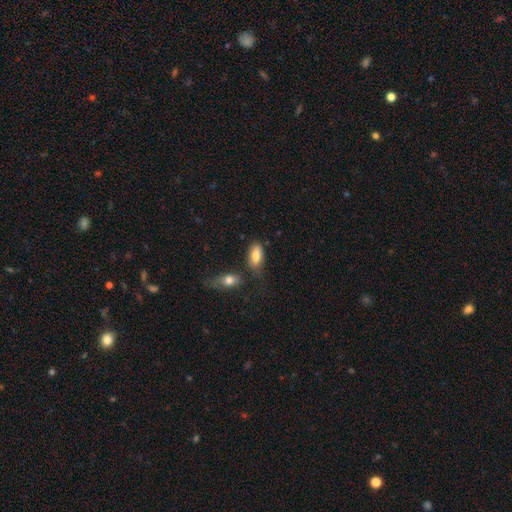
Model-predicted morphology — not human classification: A smooth galaxy with no disk features (79%) that is in between round and cigar-shaped (90%). Merging: none (62%).